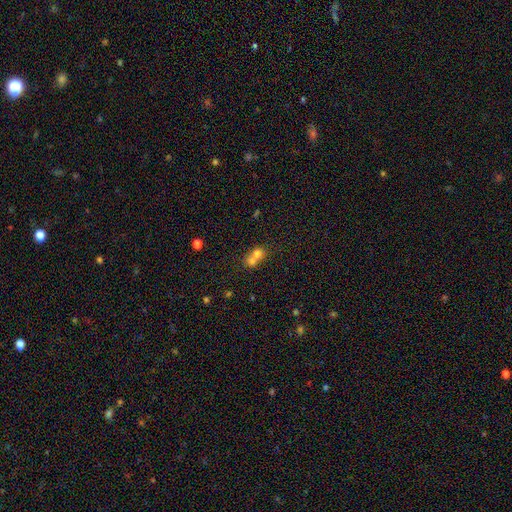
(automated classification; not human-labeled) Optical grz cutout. It shows a smooth galaxy with no disk features (70%) that is round (73%). Merging: merger (69%).